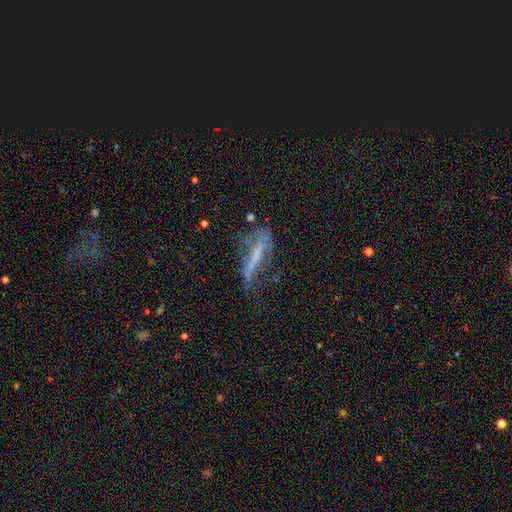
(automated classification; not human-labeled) smooth_or_featured: featured or disk (p=0.54) [alt: smooth p=0.31]
disk_edge_on: no (p=0.64) [alt: yes p=0.36]
merging: major disturbance (p=0.39) [alt: none p=0.30]